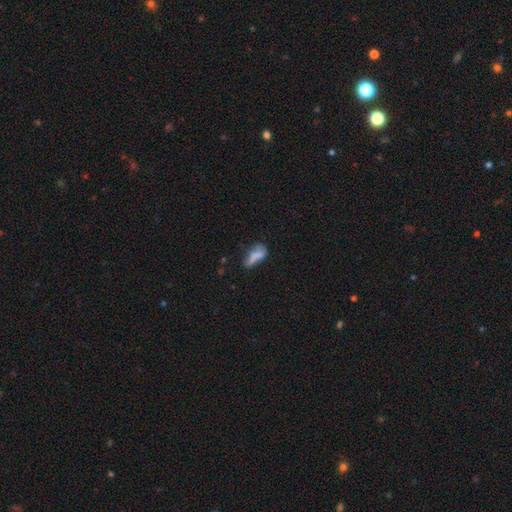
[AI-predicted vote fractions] Overall: smooth (64%; featured or disk 24%). How rounded: in between (71%). Merging: none (30%; minor disturbance 29%).